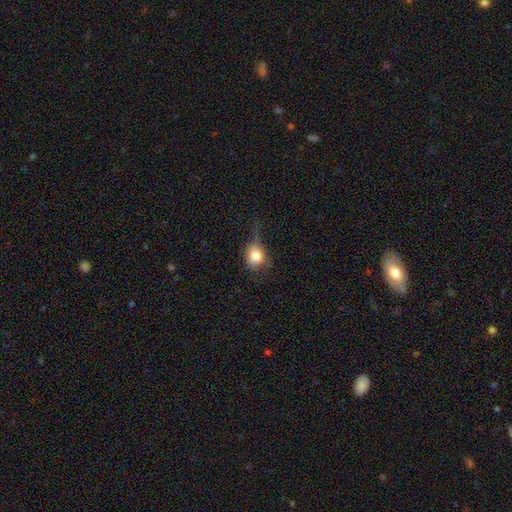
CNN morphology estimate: smooth 74%, featured or disk 16%, star or artifact 10%. Down the decision tree: how rounded — round (62%); merging — none (39%).